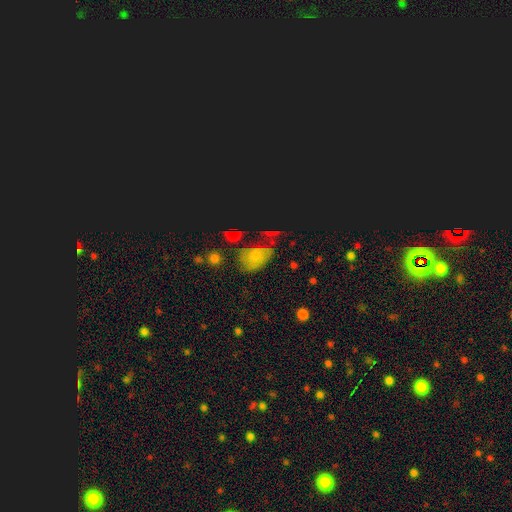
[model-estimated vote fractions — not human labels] smooth_or_featured: smooth (p=0.56) [alt: star or artifact p=0.26]
how_rounded: in between (p=0.77) [alt: round p=0.21]
merging: none (p=0.49) [alt: minor disturbance p=0.28]